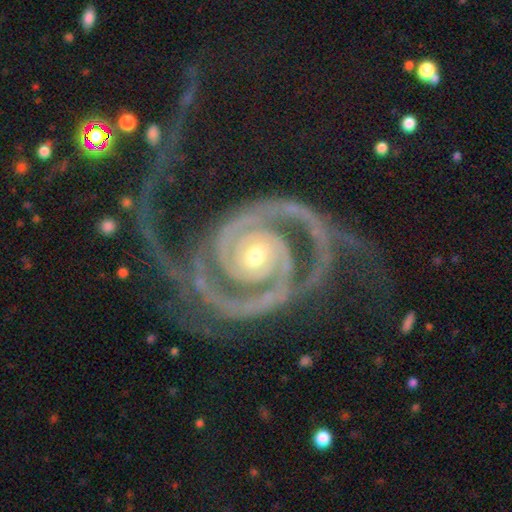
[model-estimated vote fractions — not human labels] This is clearly a featured or disk galaxy (94%). It is clearly not viewed edge-on (98%). Bar: likely no (64%). Spiral arm pattern: clearly yes (99%). Spiral arm count: clearly 2 (80%). Spiral winding: likely tight (60%). Central bulge: possibly moderate (54%). Merging: likely none (63%).